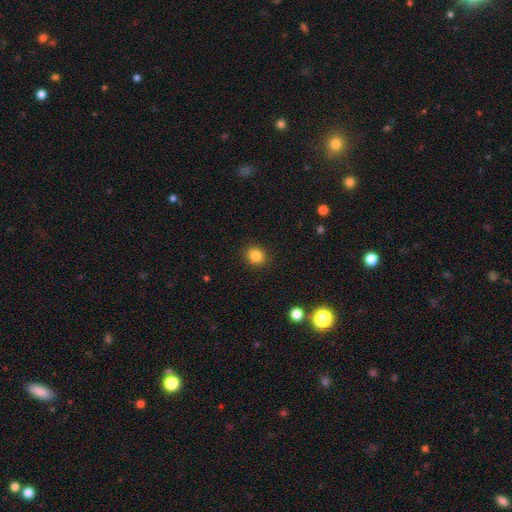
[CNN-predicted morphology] Smooth or featured? smooth (84%)
How rounded? round (79%)
Merging? none (91%)